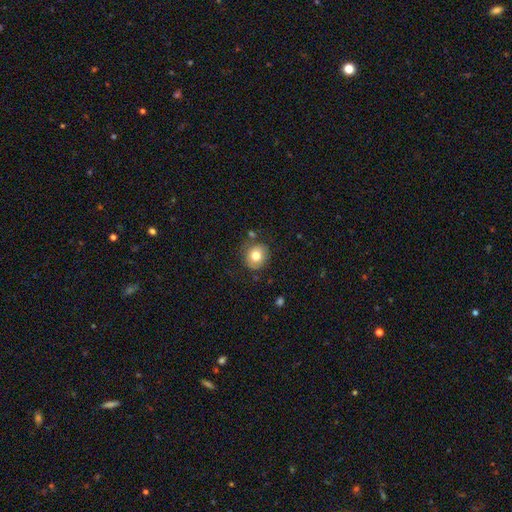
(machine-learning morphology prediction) A smooth galaxy with no disk features (77%) that is round (81%).

Vote fractions:
- Smooth or featured? smooth: 77% / featured or disk: 13% / star or artifact: 10%
- How rounded? round: 81% / in between: 18% / cigar-shaped: 1%
- Merging? none: 78% / minor disturbance: 14% / merger: 4% / major disturbance: 4%